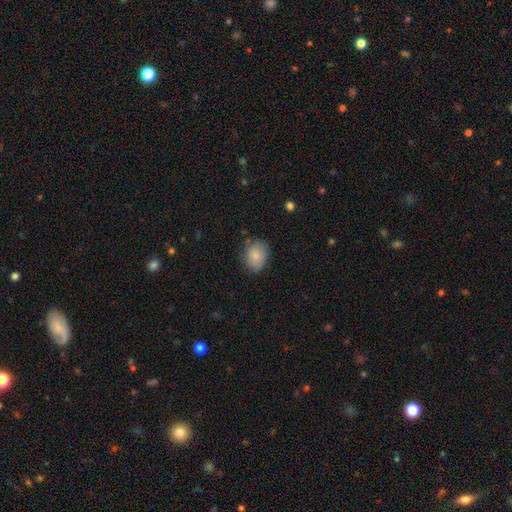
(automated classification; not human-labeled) smooth 82%, featured or disk 10%, star or artifact 7%. Down the decision tree: how rounded — in between (57%); merging — none (73%).